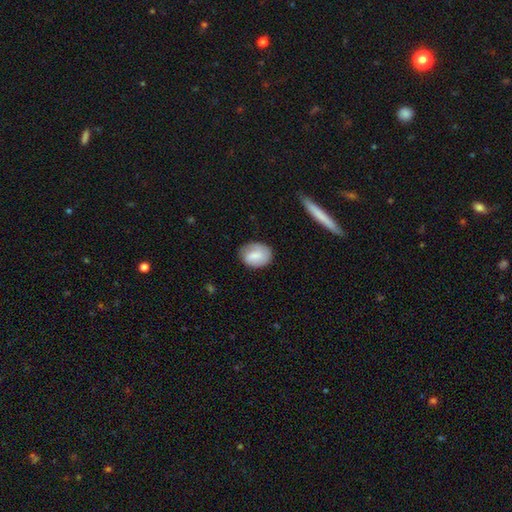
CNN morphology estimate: Smooth or featured? Predicted: smooth (p=0.78). How rounded? Predicted: in between (p=0.62). Merging? Predicted: none (p=0.70).